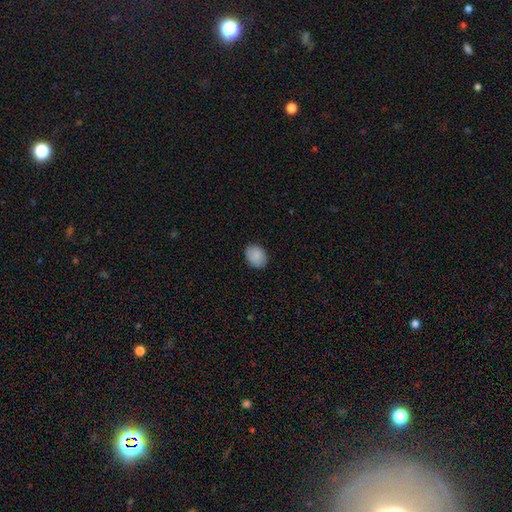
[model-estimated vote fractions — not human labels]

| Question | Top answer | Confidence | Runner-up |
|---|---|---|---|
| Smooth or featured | smooth | 88% | star or artifact (7%) |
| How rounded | in between | 67% | round (32%) |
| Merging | none | 85% | minor disturbance (11%) |